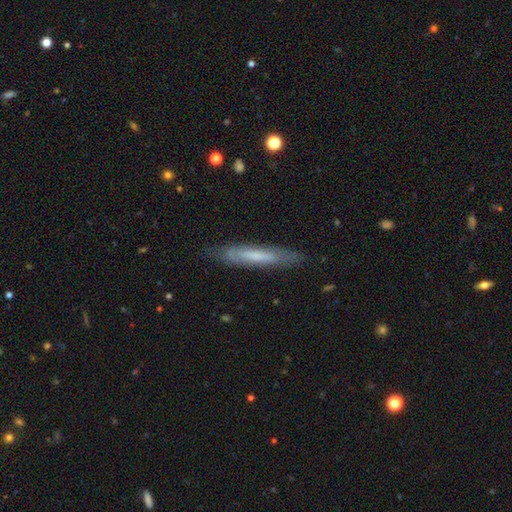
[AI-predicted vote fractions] smooth-or-featured: smooth: 53% | featured or disk: 41% | star or artifact: 6%
  how-rounded: cigar-shaped: 92% | in between: 7% | round: 1%
  merging: none: 83% | minor disturbance: 13% | major disturbance: 3% | merger: 1%